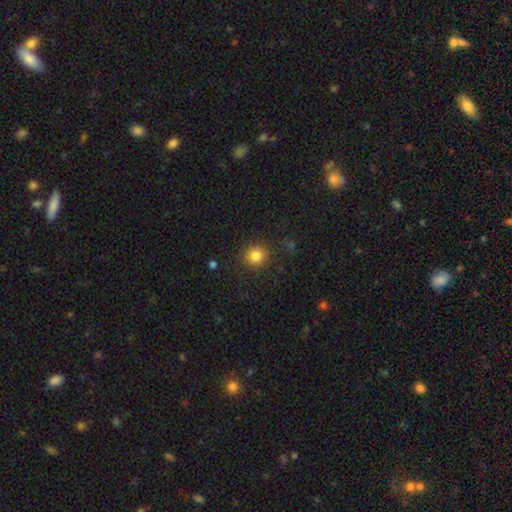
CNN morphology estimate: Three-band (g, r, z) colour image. It shows a smooth galaxy with no disk features (83%) that is round (88%). Merging: none (88%).